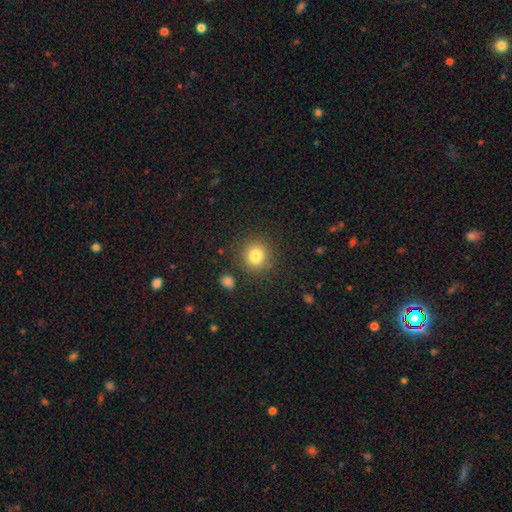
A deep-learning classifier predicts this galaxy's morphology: type=smooth (82%); roundness=round (88%); merging=none (87%).